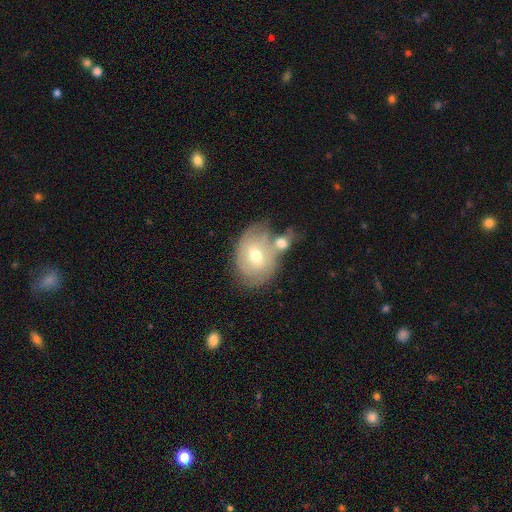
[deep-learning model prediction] Smooth or featured? Predicted: smooth (p=0.47). Merging? Predicted: none (p=0.39).